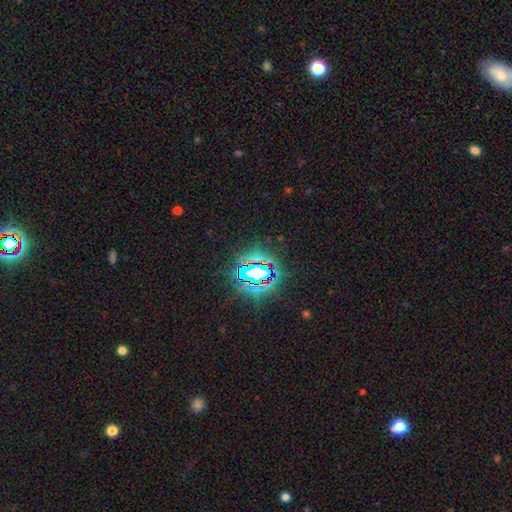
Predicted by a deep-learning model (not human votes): Smooth or featured? Predicted: star or artifact (p=0.83).